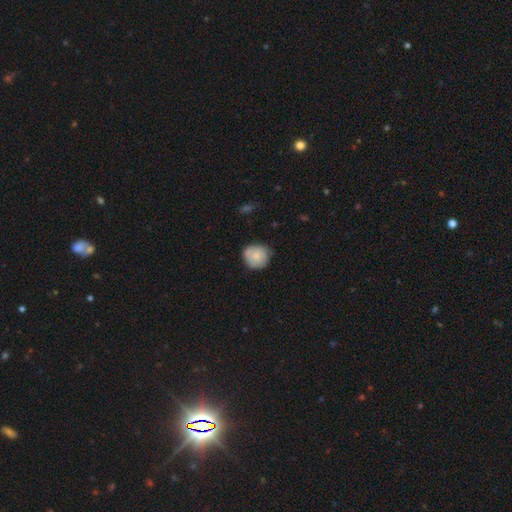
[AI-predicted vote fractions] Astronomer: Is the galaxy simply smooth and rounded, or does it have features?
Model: smooth — 75%.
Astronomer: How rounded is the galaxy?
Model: round — 85%.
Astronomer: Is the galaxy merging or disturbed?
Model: none — 68%.